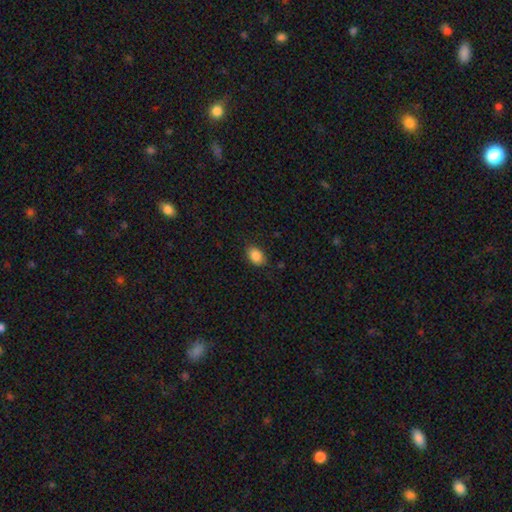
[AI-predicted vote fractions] A smooth galaxy with no disk features (87%) that is in between round and cigar-shaped (82%). Merging: none (83%).